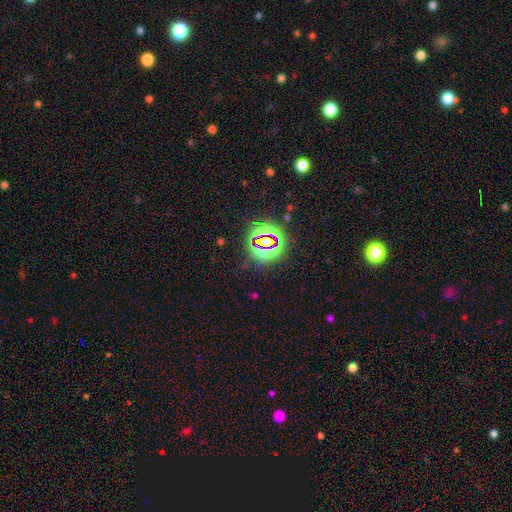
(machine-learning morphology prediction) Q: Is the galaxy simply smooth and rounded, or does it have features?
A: star or artifact — 80%.